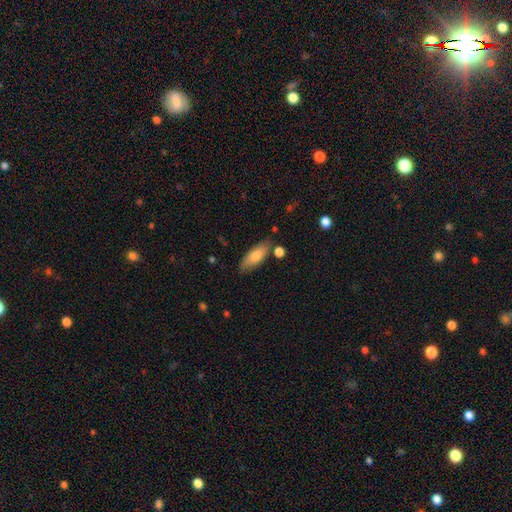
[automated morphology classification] type=smooth (80%); roundness=in between (72%); merging=none (77%).